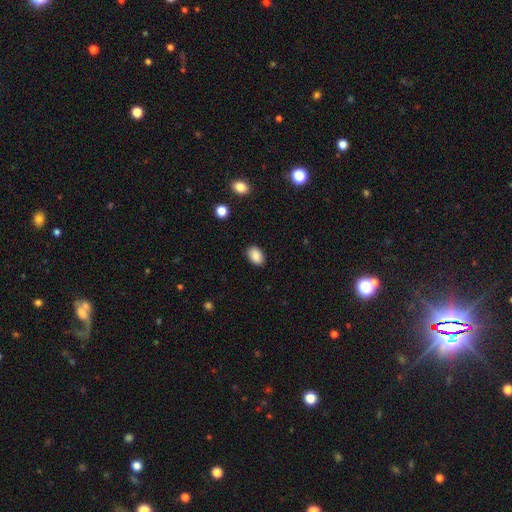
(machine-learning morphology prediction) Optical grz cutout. It shows a smooth galaxy with no disk features (88%) that is in between round and cigar-shaped (86%). Merging: none (88%).